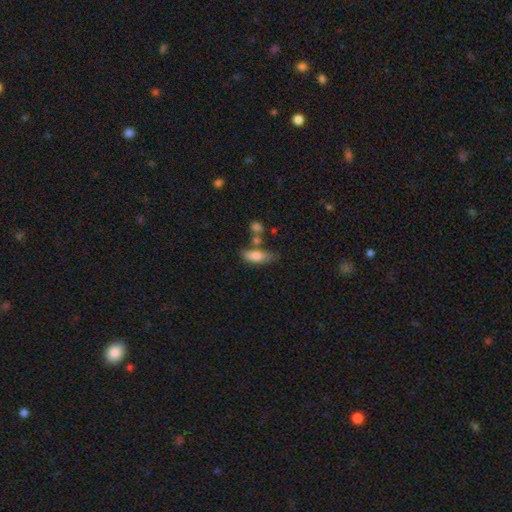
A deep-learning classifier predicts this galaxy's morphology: A smooth galaxy with no disk features (77%) that is in between round and cigar-shaped (74%).

Vote fractions:
- Smooth or featured? smooth: 77% / featured or disk: 16% / star or artifact: 8%
- How rounded? in between: 74% / cigar-shaped: 23% / round: 3%
- Merging? none: 49% / minor disturbance: 24% / merger: 17% / major disturbance: 10%